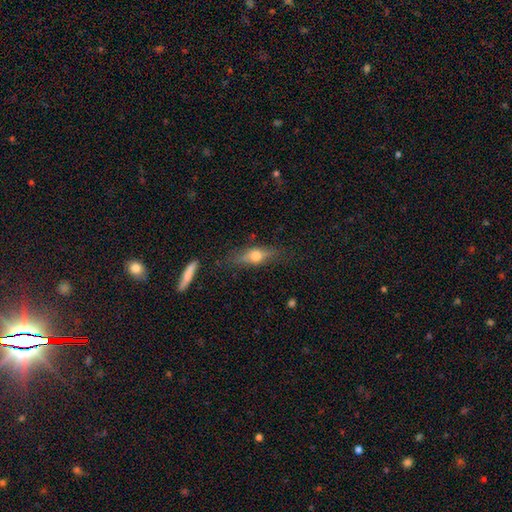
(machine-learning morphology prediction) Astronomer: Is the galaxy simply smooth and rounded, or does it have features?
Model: featured or disk — 47% (runner-up: smooth, 44%).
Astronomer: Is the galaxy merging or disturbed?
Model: none — 78%.